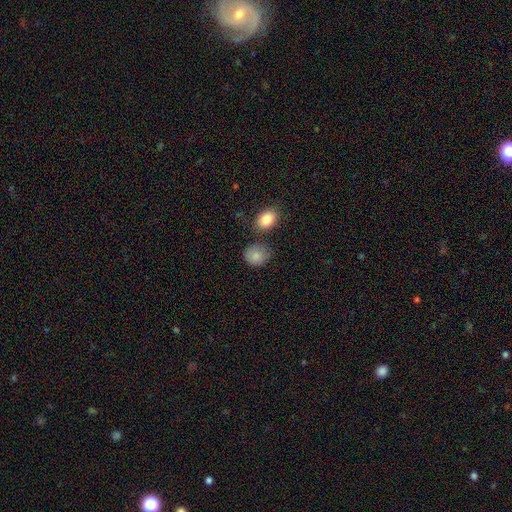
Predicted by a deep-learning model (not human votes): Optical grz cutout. It shows a smooth galaxy with no disk features (86%) that is round (61%). Merging: none (67%).